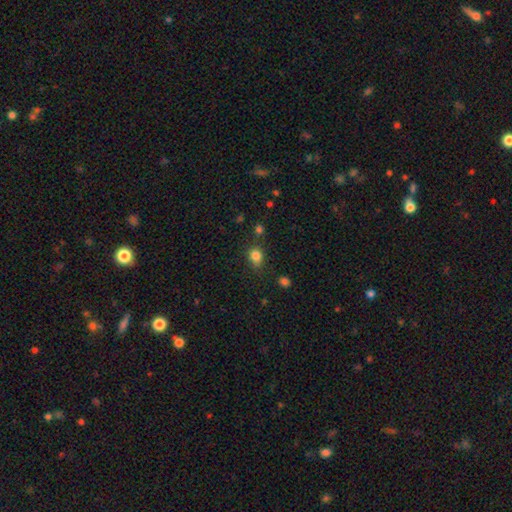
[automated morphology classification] type=smooth (83%); roundness=round (58%); merging=none (75%).